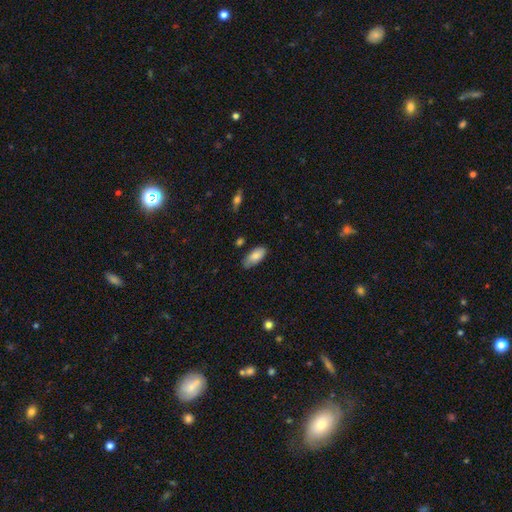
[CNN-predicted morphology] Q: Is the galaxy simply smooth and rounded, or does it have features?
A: smooth — 82%.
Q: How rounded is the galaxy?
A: in between — 89%.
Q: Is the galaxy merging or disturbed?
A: none — 74%.